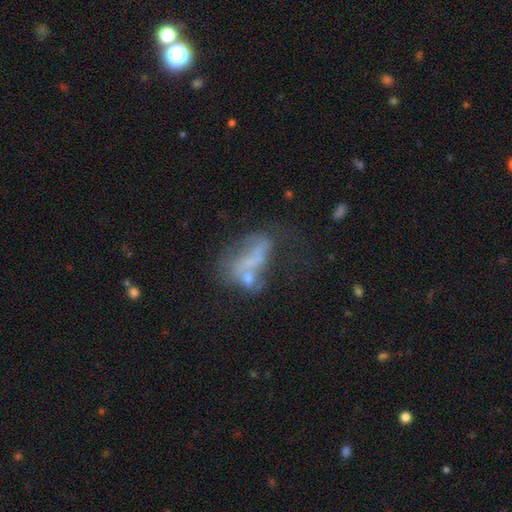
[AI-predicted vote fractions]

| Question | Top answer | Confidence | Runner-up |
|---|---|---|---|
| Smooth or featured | featured or disk | 44% | smooth (36%) |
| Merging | major disturbance | 30% | none (27%) |